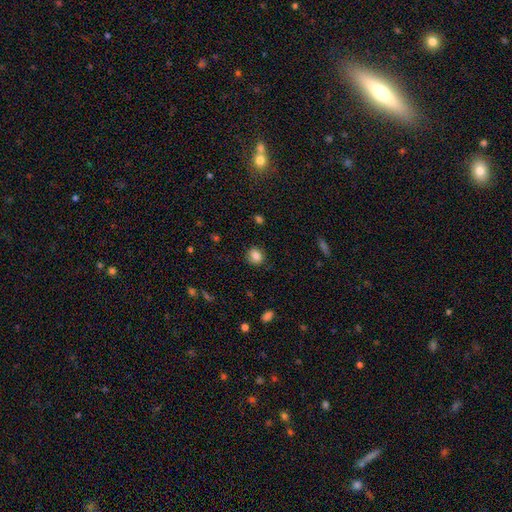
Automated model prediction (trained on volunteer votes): Smooth or featured? smooth (84%)
How rounded? round (65%)
Merging? none (84%)